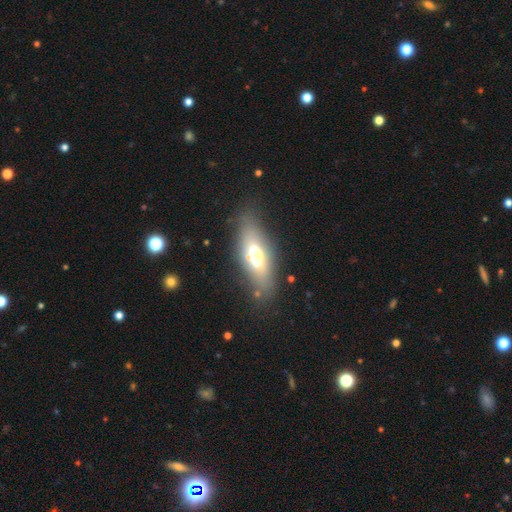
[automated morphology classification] Smooth or featured: smooth — 53% (featured or disk — 34%)
How rounded: in between — 71% (cigar-shaped — 24%)
Merging: none — 68% (minor disturbance — 15%)